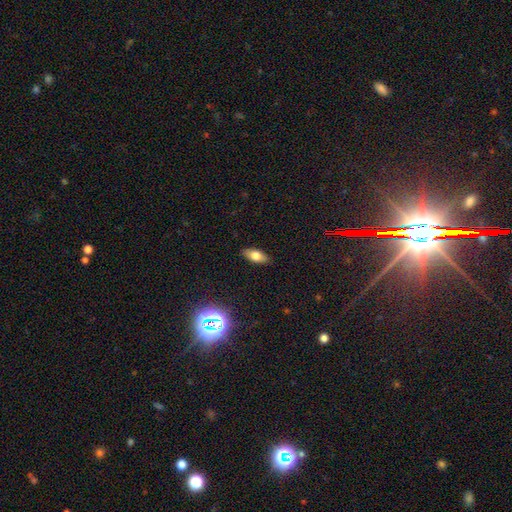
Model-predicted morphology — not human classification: type=smooth (70%); roundness=in between (82%); merging=none (88%).